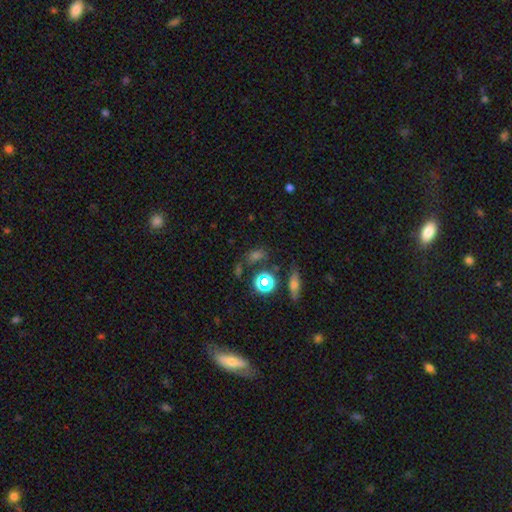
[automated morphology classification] smooth-or-featured: smooth: 48% | star or artifact: 35% | featured or disk: 17%
  merging: none: 69% | minor disturbance: 14% | merger: 11% | major disturbance: 7%